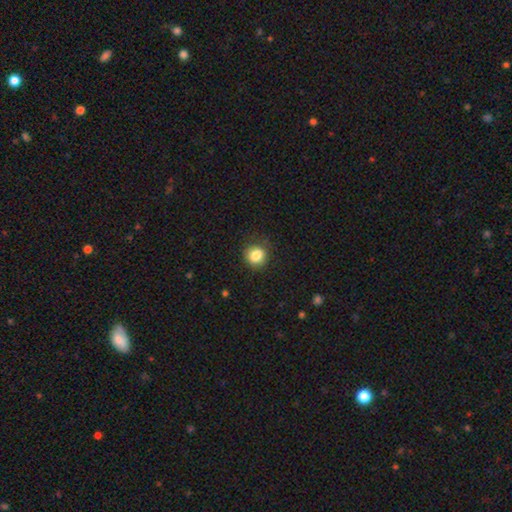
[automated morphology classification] smooth 84%, star or artifact 10%, featured or disk 6%. Down the decision tree: how rounded — round (77%); merging — none (81%).